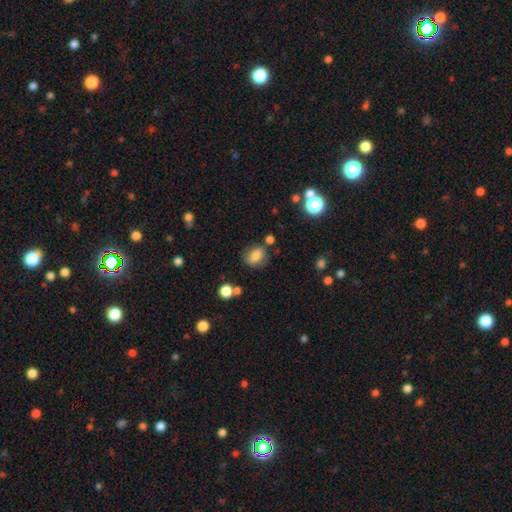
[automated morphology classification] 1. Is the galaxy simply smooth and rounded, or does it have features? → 80% smooth, 11% star or artifact, 9% featured or disk.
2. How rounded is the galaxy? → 59% in between, 40% round, 1% cigar-shaped.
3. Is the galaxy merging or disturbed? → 68% none, 18% minor disturbance, 8% merger, 6% major disturbance.